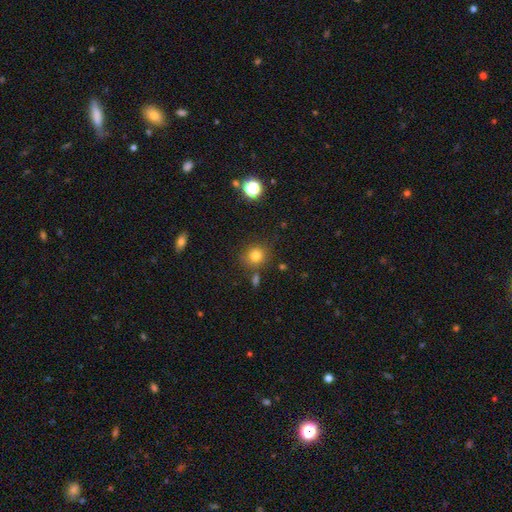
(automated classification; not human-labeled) smooth-or-featured: smooth: 80% | star or artifact: 13% | featured or disk: 7%
  how-rounded: round: 85% | in between: 14% | cigar-shaped: 1%
  merging: none: 79% | minor disturbance: 11% | merger: 6% | major disturbance: 4%